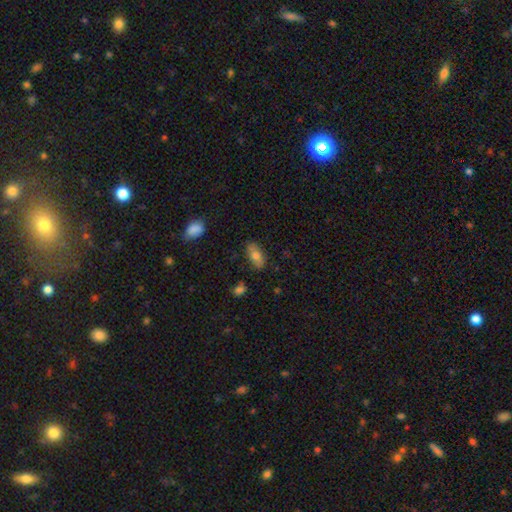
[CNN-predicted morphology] Smooth or featured? smooth (71%)
How rounded? in between (86%)
Merging? none (83%)